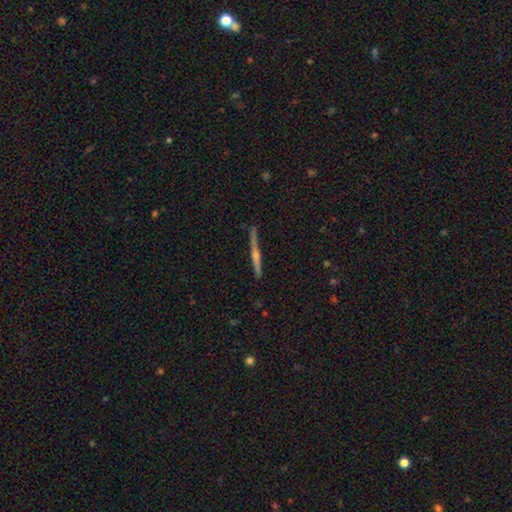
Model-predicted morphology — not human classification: Q: Smooth or featured?
A: featured or disk (69%); runner-up: smooth (20%)
Q: Edge-on disk?
A: yes (96%); runner-up: no (4%)
Q: Edge-on bulge?
A: rounded (68%); runner-up: none (22%)
Q: Merging?
A: none (86%); runner-up: minor disturbance (9%)